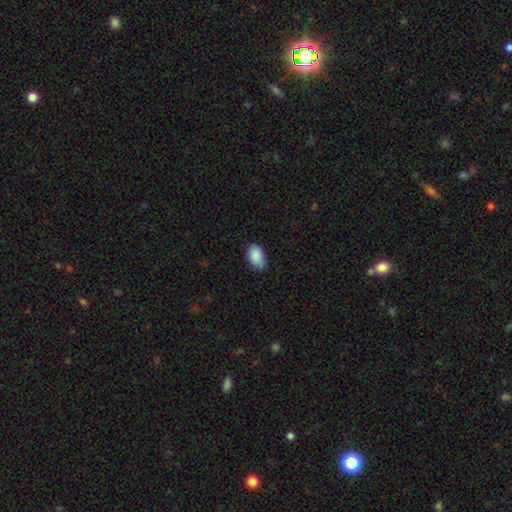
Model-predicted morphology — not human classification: Smooth or featured? Predicted: smooth (p=0.89). How rounded? Predicted: in between (p=0.91). Merging? Predicted: none (p=0.76).